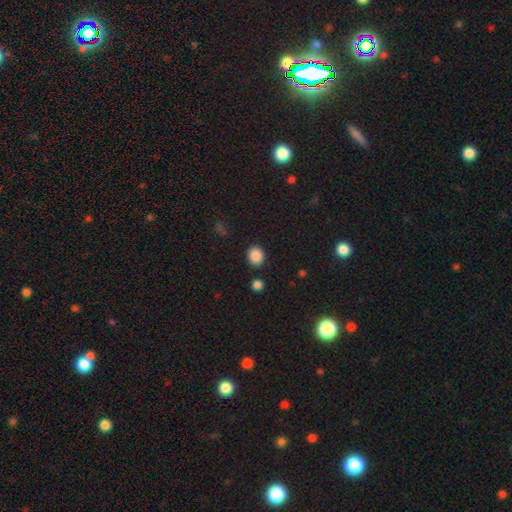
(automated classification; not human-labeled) smooth_or_featured: smooth (p=0.87) [alt: star or artifact p=0.09]
how_rounded: round (p=0.69) [alt: in between p=0.30]
merging: none (p=0.85) [alt: minor disturbance p=0.08]